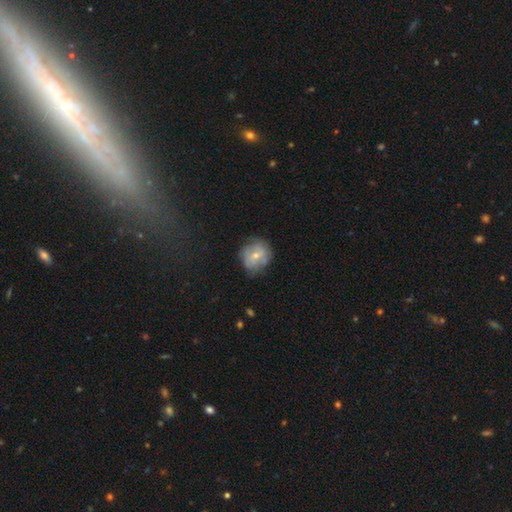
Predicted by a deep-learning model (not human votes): Morphology: type=featured or disk (46%, tied with smooth); merging=none (63%).